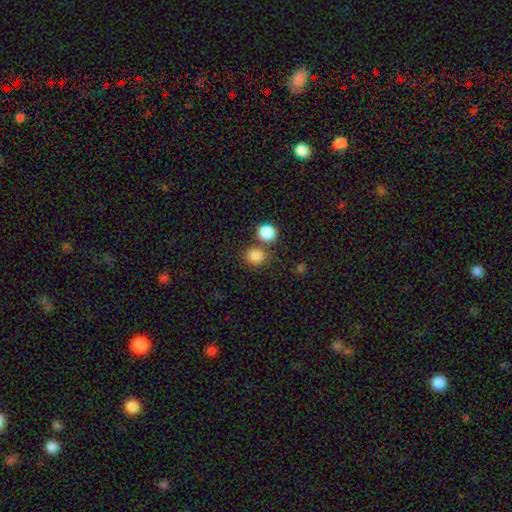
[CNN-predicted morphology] smooth_or_featured: smooth (p=0.85) [alt: star or artifact p=0.11]
how_rounded: round (p=0.76) [alt: in between p=0.23]
merging: none (p=0.65) [alt: merger p=0.23]